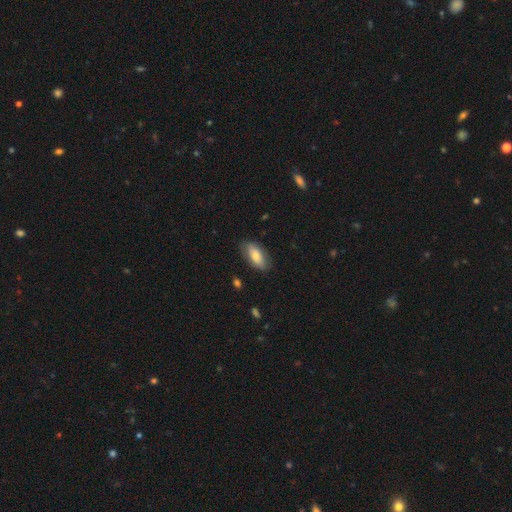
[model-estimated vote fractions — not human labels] Smooth or featured: smooth — 75% (featured or disk — 19%)
How rounded: in between — 88% (cigar-shaped — 9%)
Merging: none — 80% (minor disturbance — 16%)